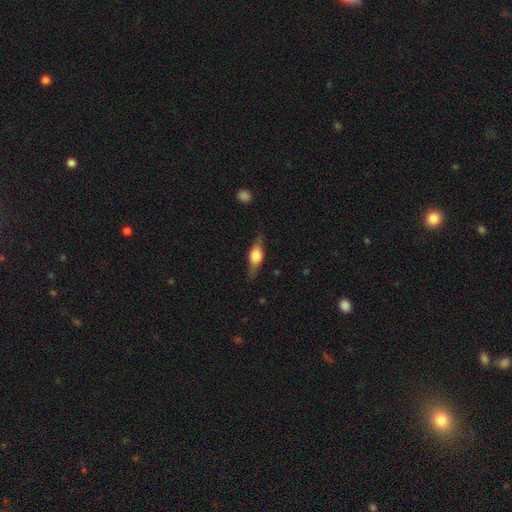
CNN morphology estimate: A featured or disk galaxy (49%).

Vote fractions:
- Smooth or featured? featured or disk: 49% / smooth: 45% / star or artifact: 6%
- Merging? none: 81% / minor disturbance: 14% / major disturbance: 4% / merger: 1%